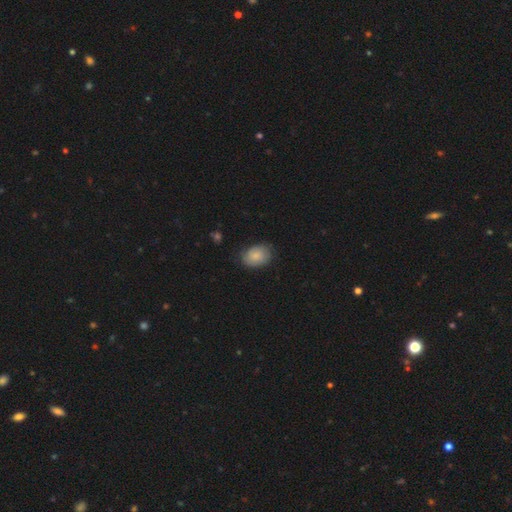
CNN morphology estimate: type=smooth (80%); roundness=in between (72%); merging=none (72%).